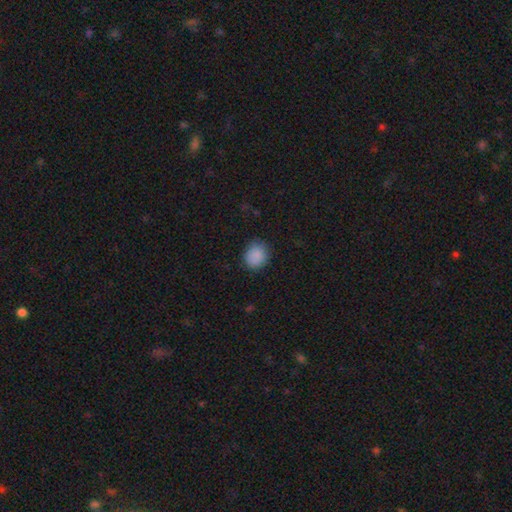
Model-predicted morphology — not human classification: This is clearly a smooth galaxy (88%). How rounded: likely round (73%). Merging: clearly none (82%).